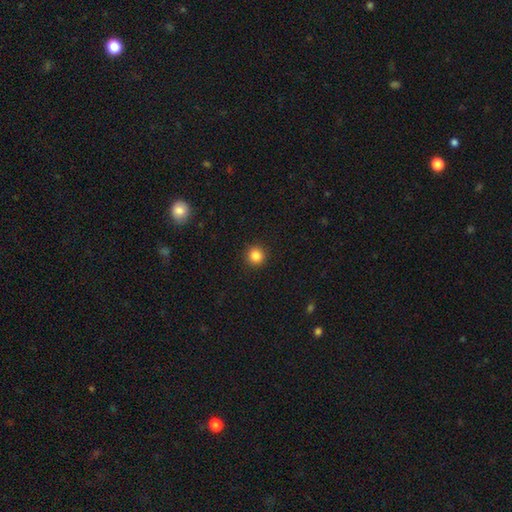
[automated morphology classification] Smooth or featured?
  - smooth: 85% *
  - star or artifact: 11%
  - featured or disk: 4%
How rounded?
  - round: 94% *
  - in between: 5%
  - cigar-shaped: 1%
Merging?
  - none: 93% *
  - minor disturbance: 5%
  - major disturbance: 2%
  - merger: 1%